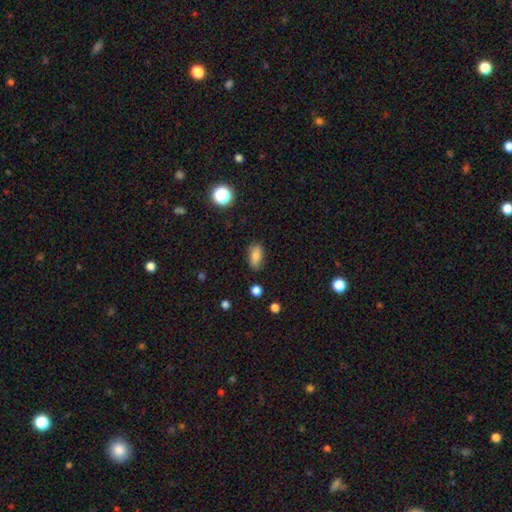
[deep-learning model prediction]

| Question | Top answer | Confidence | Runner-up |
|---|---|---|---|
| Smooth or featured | smooth | 80% | featured or disk (11%) |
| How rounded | in between | 88% | round (7%) |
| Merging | none | 79% | minor disturbance (16%) |